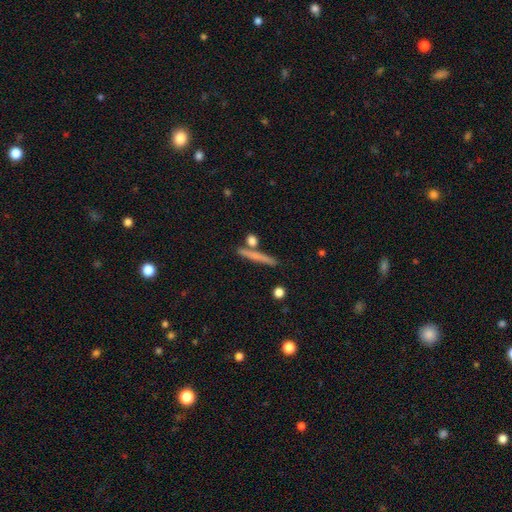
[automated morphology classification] Smooth or featured? Predicted: smooth (p=0.58). How rounded? Predicted: cigar-shaped (p=0.92). Merging? Predicted: none (p=0.80).